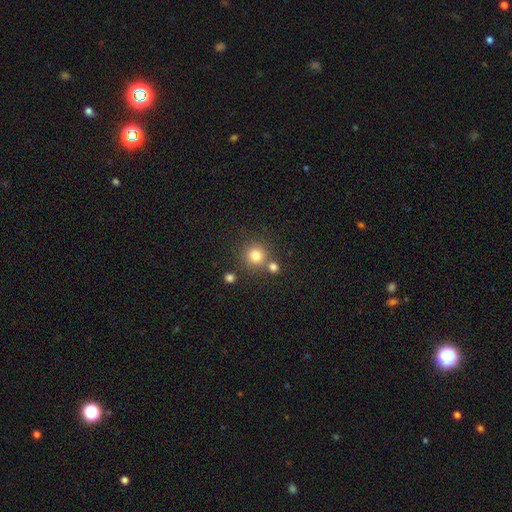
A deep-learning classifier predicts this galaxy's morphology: Smooth or featured? smooth (80%)
How rounded? round (93%)
Merging? none (73%)